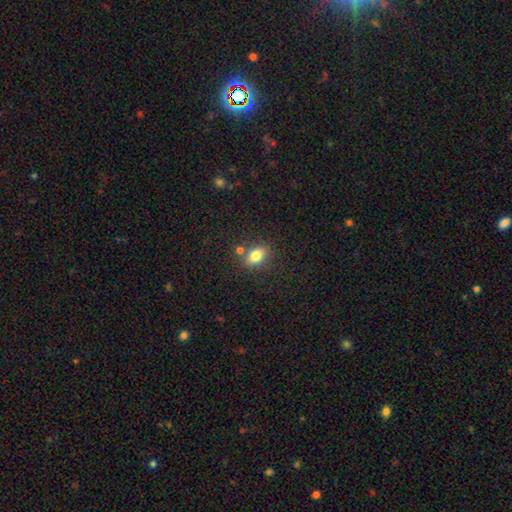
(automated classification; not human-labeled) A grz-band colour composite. It shows a smooth galaxy with no disk features (80%) that is in between round and cigar-shaped (78%). Merging: none (73%).